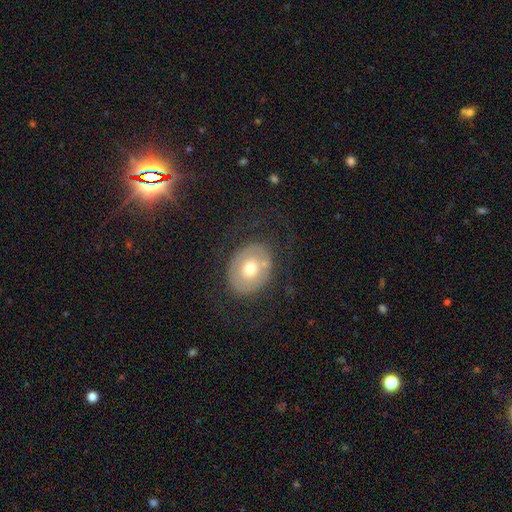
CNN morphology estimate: This is marginally a featured or disk galaxy (43%). Merging: clearly none (82%).